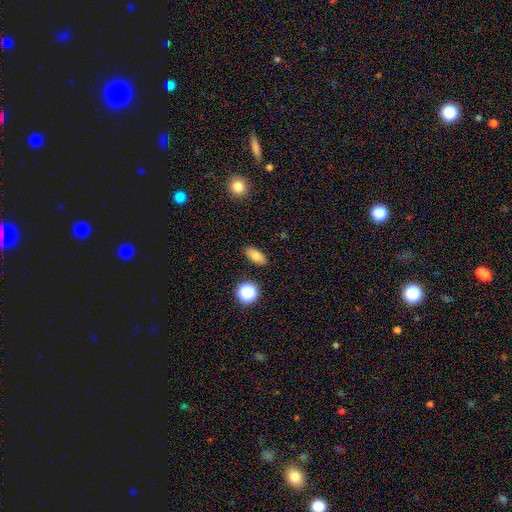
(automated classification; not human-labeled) Smooth or featured: smooth — 81% (star or artifact — 11%)
How rounded: in between — 80% (cigar-shaped — 11%)
Merging: none — 88% (minor disturbance — 8%)